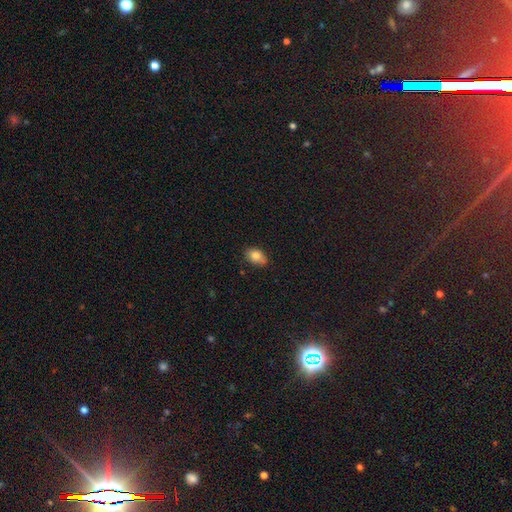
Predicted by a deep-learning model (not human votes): Overall: smooth (81%). How rounded: in between (86%). Merging: none (76%).